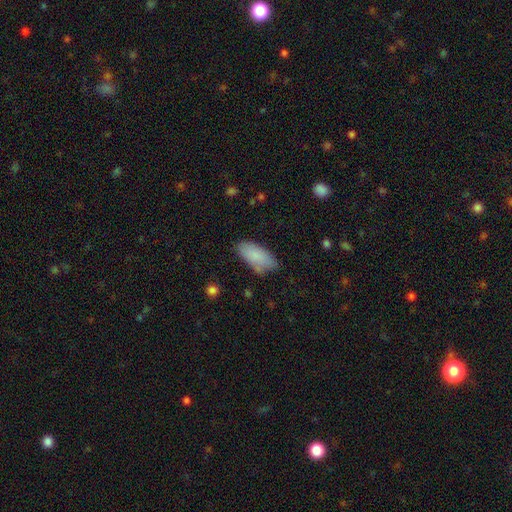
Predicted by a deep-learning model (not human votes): Q: Smooth or featured?
A: smooth (85%); runner-up: featured or disk (8%)
Q: How rounded?
A: in between (91%); runner-up: cigar-shaped (7%)
Q: Merging?
A: none (69%); runner-up: minor disturbance (23%)